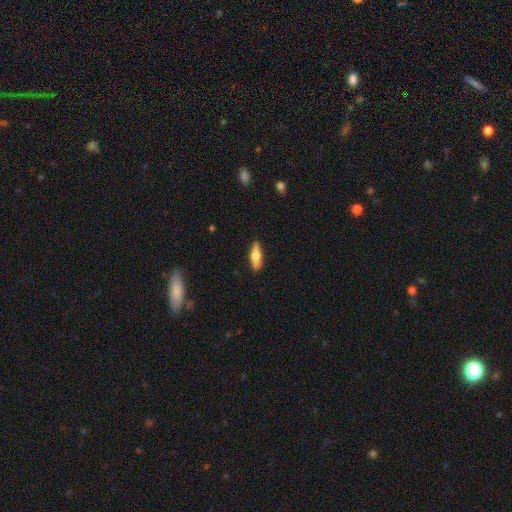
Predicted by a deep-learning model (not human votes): smooth 52%, featured or disk 43%, star or artifact 6%. Down the decision tree: how rounded — cigar-shaped (66%); merging — none (87%).